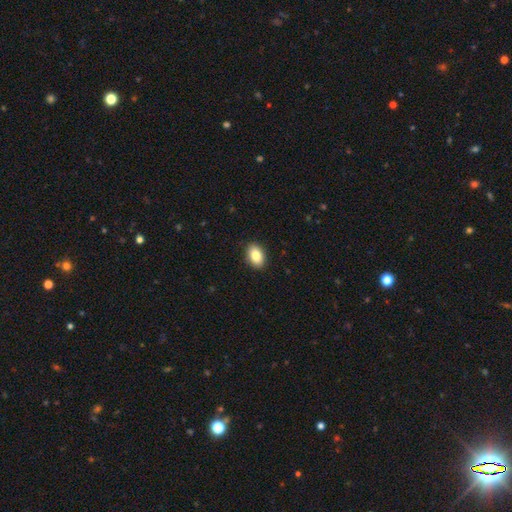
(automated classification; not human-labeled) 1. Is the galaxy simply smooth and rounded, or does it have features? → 86% smooth, 8% star or artifact, 6% featured or disk.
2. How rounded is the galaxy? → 88% in between, 10% round, 1% cigar-shaped.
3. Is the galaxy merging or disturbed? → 90% none, 7% minor disturbance, 2% major disturbance, 1% merger.